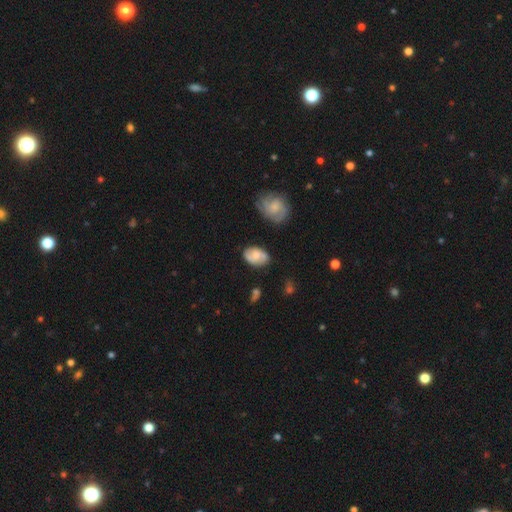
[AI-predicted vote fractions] featured or disk 52%, smooth 41%, star or artifact 7%. Down the decision tree: edge-on disk — no (95%); merging — none (72%).